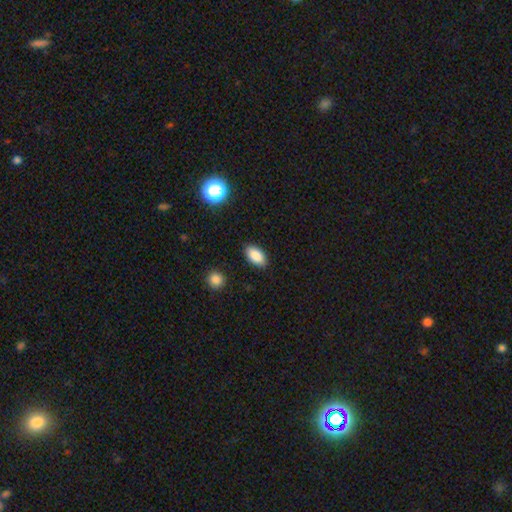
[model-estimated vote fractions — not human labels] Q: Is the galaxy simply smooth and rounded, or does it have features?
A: smooth — 87%.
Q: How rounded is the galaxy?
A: in between — 93%.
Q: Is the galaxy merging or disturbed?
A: none — 88%.